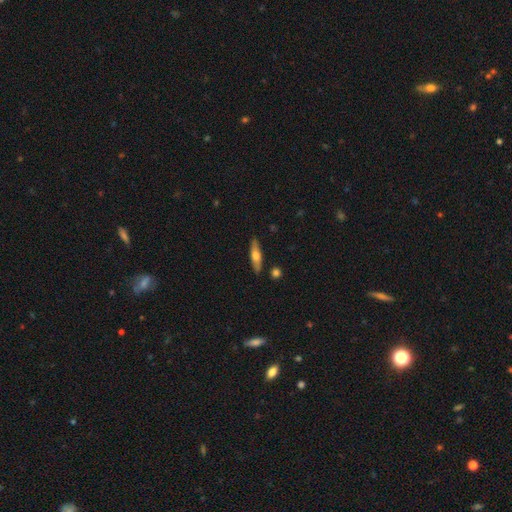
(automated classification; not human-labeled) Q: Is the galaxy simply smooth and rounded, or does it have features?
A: smooth — 51%.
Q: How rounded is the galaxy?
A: cigar-shaped — 72%.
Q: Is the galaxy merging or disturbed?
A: none — 87%.